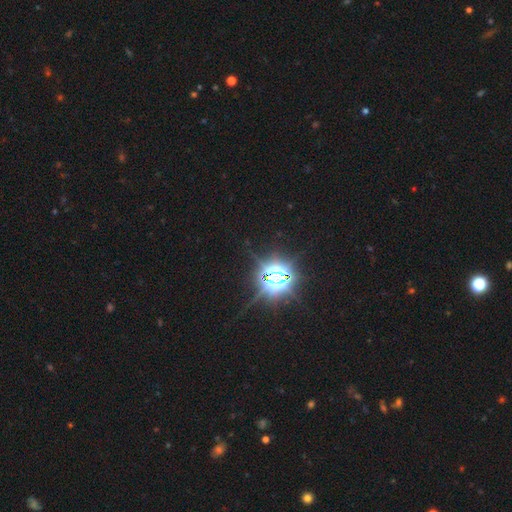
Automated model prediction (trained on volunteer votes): smooth_or_featured: star or artifact (p=0.85) [alt: smooth p=0.09]